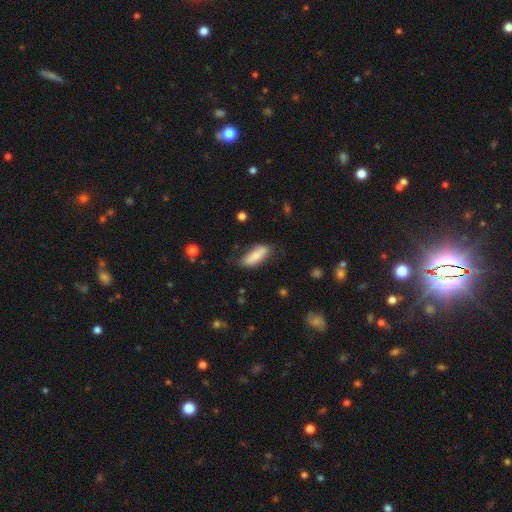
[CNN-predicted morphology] A smooth galaxy with no disk features (74%) that is in between round and cigar-shaped (63%). Merging: none (66%).